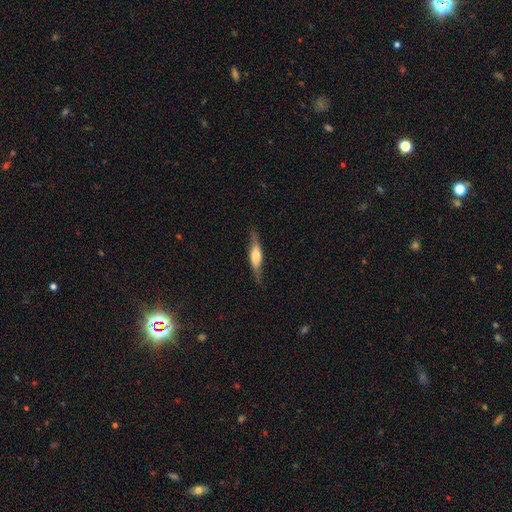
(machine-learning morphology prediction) Smooth or featured? Predicted: featured or disk (p=0.55). Edge-on disk? Predicted: yes (p=0.84). Merging? Predicted: none (p=0.78).